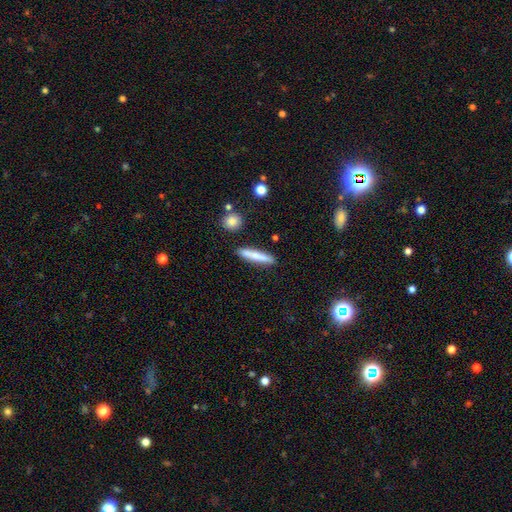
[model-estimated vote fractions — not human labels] This is likely a smooth galaxy (69%). How rounded: clearly cigar-shaped (89%). Merging: clearly none (85%).